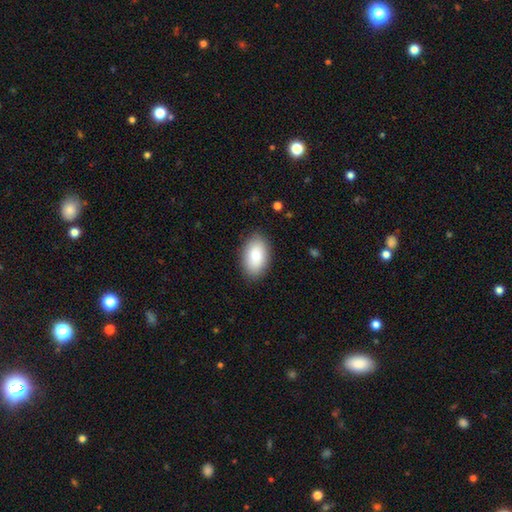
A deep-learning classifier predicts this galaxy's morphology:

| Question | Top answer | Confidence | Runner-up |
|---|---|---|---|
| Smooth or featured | smooth | 81% | featured or disk (12%) |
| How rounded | in between | 93% | round (6%) |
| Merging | none | 87% | minor disturbance (10%) |